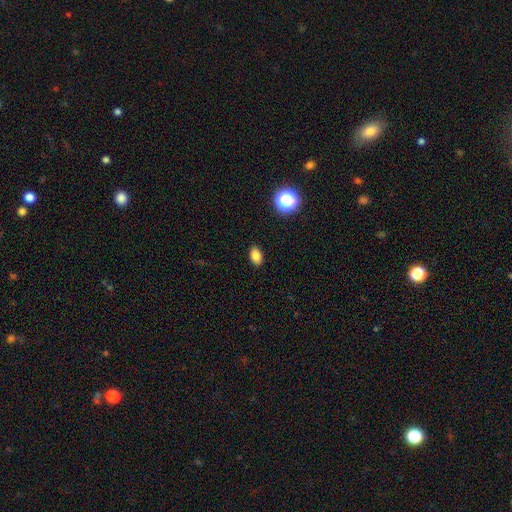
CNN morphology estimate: Smooth or featured: smooth — 84% (star or artifact — 12%)
How rounded: in between — 84% (round — 14%)
Merging: none — 89% (minor disturbance — 8%)